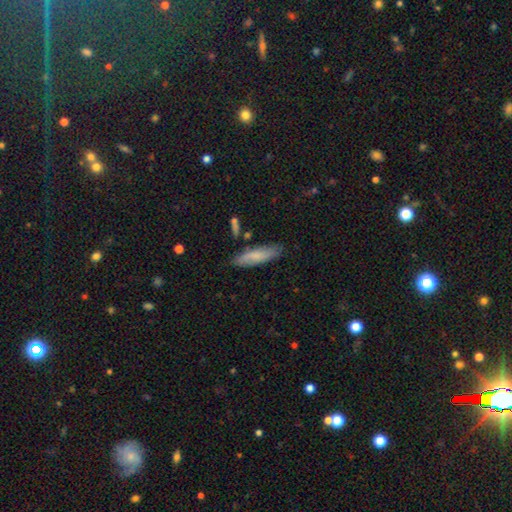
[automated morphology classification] Smooth or featured? Predicted: smooth (p=0.75). How rounded? Predicted: cigar-shaped (p=0.62). Merging? Predicted: none (p=0.80).